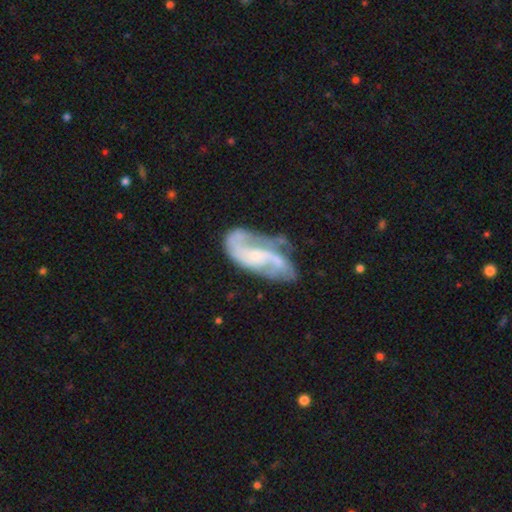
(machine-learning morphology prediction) A featured or disk galaxy (80%) with no bar (47%), 2 (71%) medium (44%) spiral arms (93%) and a small central bulge (58%). Merging: none (52%).